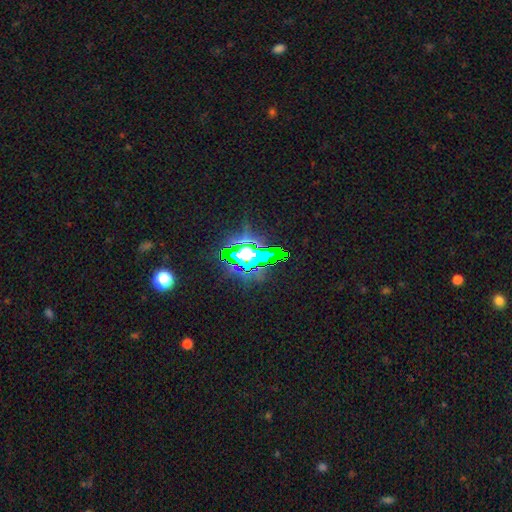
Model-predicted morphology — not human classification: Overall: star or artifact (68%).